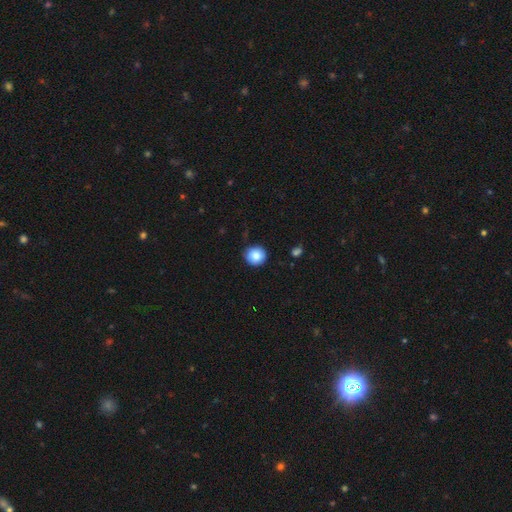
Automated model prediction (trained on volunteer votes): This is clearly a smooth galaxy (86%). How rounded: clearly round (92%). Merging: clearly none (85%).